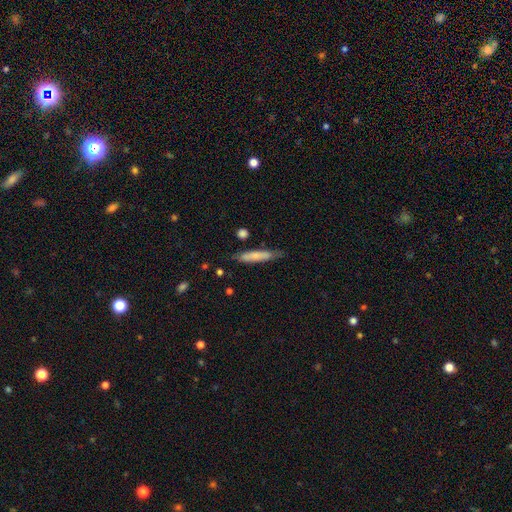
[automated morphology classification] smooth_or_featured: smooth (p=0.70) [alt: featured or disk p=0.24]
how_rounded: cigar-shaped (p=0.90) [alt: in between p=0.09]
merging: none (p=0.77) [alt: minor disturbance p=0.17]